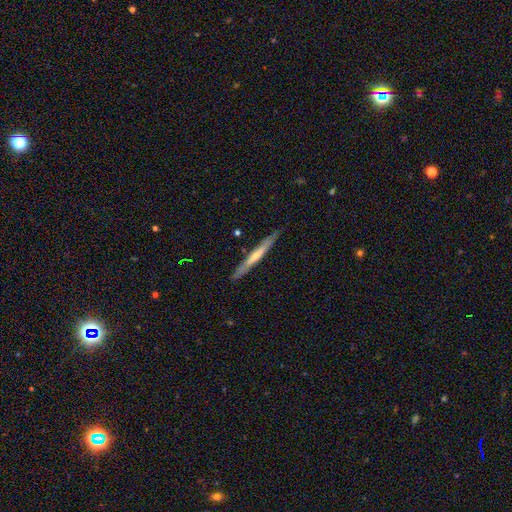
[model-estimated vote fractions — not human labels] smooth-or-featured: featured or disk: 62% | smooth: 32% | star or artifact: 6%
  disk-edge-on: yes: 96% | no: 4%
    edge-on-bulge: none: 51% | rounded: 43% | boxy: 5%
  merging: none: 88% | minor disturbance: 9% | major disturbance: 1% | merger: 1%